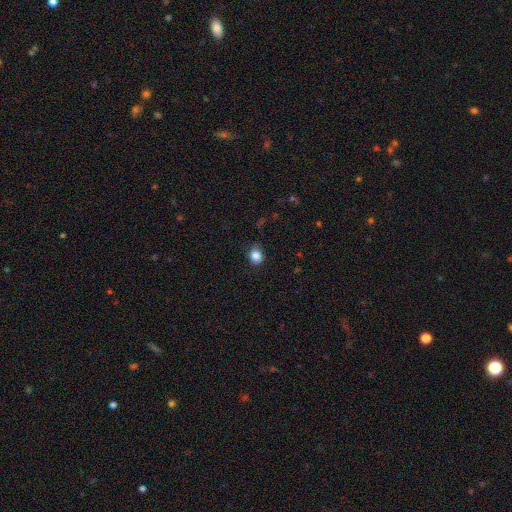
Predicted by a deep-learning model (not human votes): Smooth or featured?
  - smooth: 85% *
  - star or artifact: 11%
  - featured or disk: 4%
How rounded?
  - round: 67% *
  - in between: 32%
  - cigar-shaped: 1%
Merging?
  - none: 79% *
  - minor disturbance: 16%
  - major disturbance: 4%
  - merger: 1%